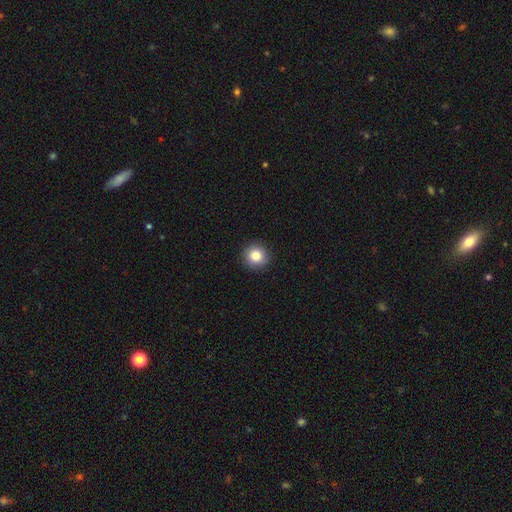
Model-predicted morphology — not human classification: The model was most divided on "smooth or featured": smooth: 84%, star or artifact: 10%, featured or disk: 6%. More confident: how rounded — round (94%); merging — none (91%).